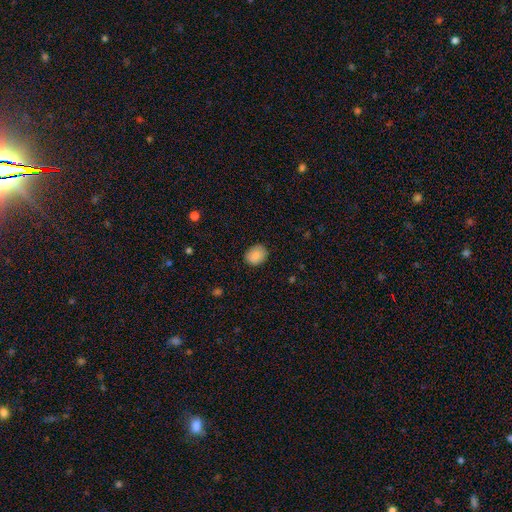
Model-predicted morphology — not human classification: A smooth galaxy with no disk features (87%) that is round (57%). Merging: none (83%).